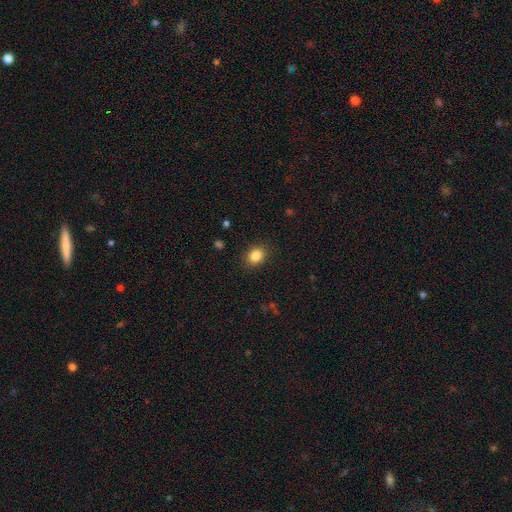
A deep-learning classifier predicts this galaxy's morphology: This appears to be a smooth galaxy with no disk features (84%) that is in between round and cigar-shaped (50%). Merging: none (88%).